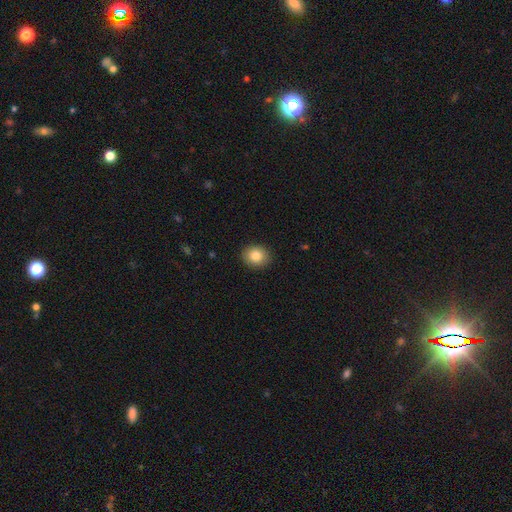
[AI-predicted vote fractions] This appears to be a smooth galaxy with no disk features (84%) that is round (67%). Merging: none (91%).